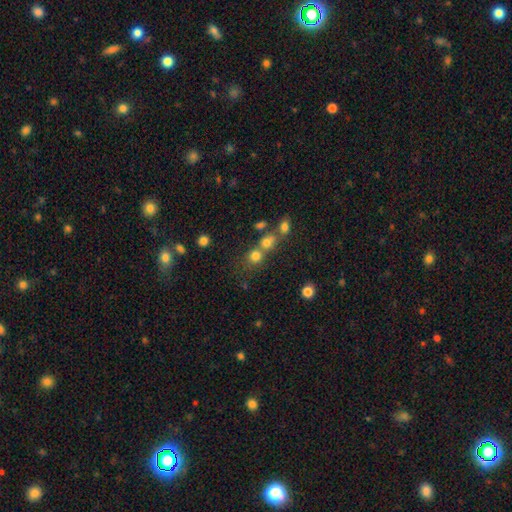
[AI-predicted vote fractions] Overall: smooth (75%). How rounded: round (83%). Merging: none (49%; merger 38%).